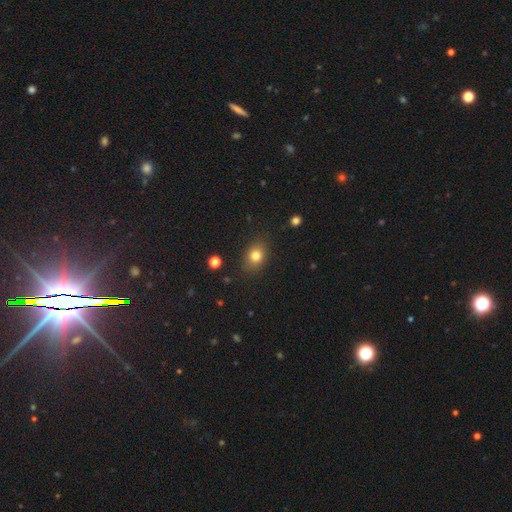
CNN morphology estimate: Smooth or featured?
  - smooth: 80% *
  - star or artifact: 12%
  - featured or disk: 9%
How rounded?
  - in between: 56% *
  - round: 43%
  - cigar-shaped: 1%
Merging?
  - none: 84% *
  - minor disturbance: 12%
  - major disturbance: 3%
  - merger: 1%